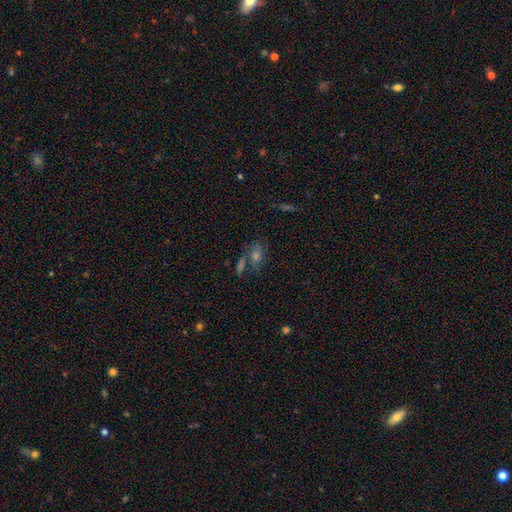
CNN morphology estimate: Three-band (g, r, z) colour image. It shows a smooth galaxy with no disk features (42%). Merging: none (55%).